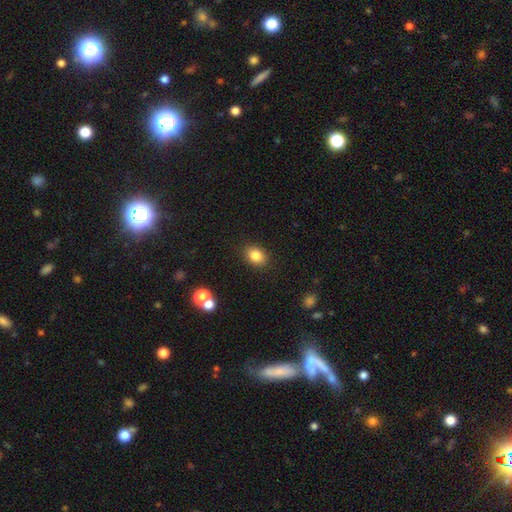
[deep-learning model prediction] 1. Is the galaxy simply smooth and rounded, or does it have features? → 83% smooth, 10% star or artifact, 6% featured or disk.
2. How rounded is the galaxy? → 63% in between, 36% round, 1% cigar-shaped.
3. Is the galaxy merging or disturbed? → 88% none, 8% minor disturbance, 2% major disturbance, 2% merger.